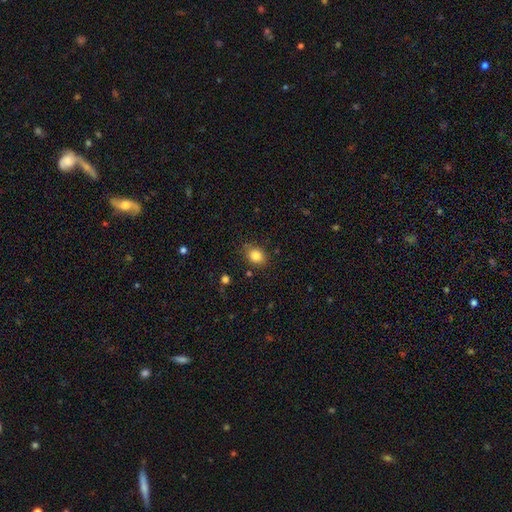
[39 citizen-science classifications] Morphology: type=smooth (95%); roundness=in between (65%); merging=none (82%).